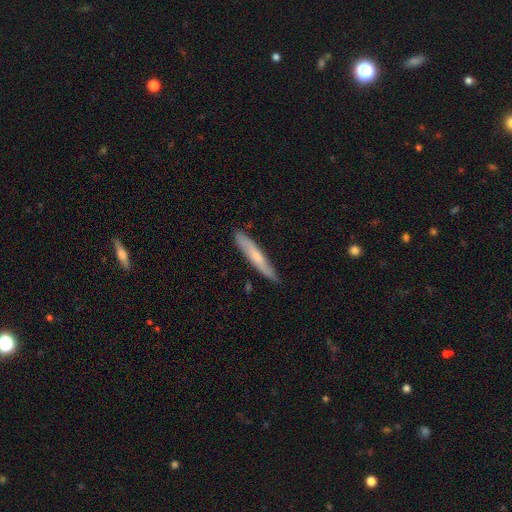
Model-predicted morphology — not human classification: Smooth or featured? Predicted: smooth (p=0.58). How rounded? Predicted: cigar-shaped (p=0.92). Merging? Predicted: none (p=0.83).